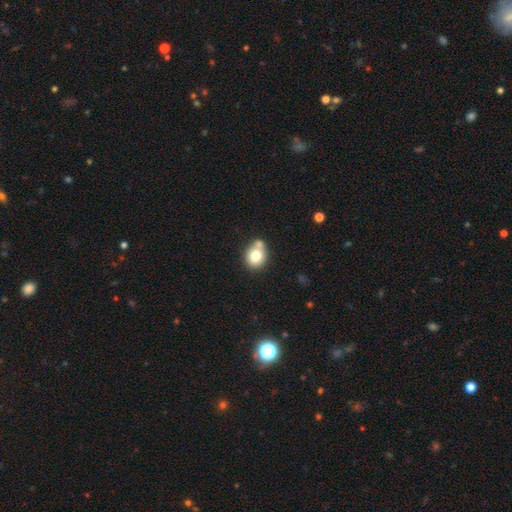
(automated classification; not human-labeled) Smooth or featured: smooth — 75% (featured or disk — 15%)
How rounded: round — 64% (in between — 35%)
Merging: none — 54% (merger — 29%)